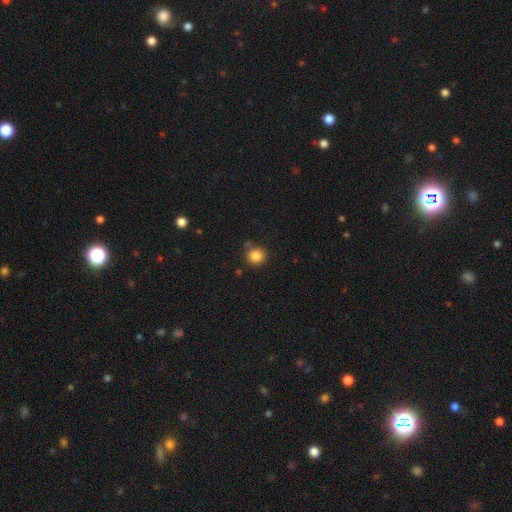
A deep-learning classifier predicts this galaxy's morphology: Smooth or featured? Predicted: smooth (p=0.85). How rounded? Predicted: round (p=0.90). Merging? Predicted: none (p=0.81).